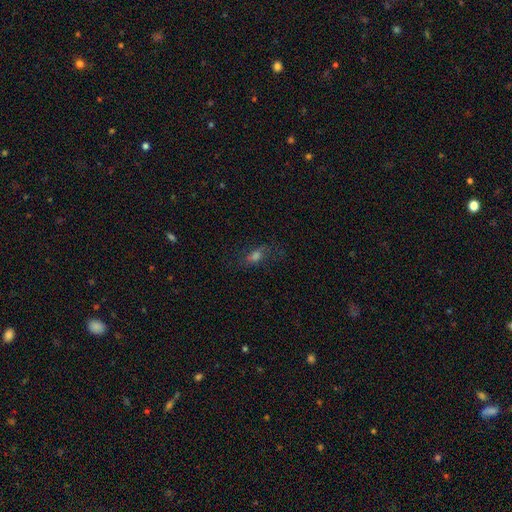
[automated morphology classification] Smooth or featured?
  - smooth: 52% *
  - featured or disk: 27%
  - star or artifact: 21%
How rounded?
  - in between: 67% *
  - cigar-shaped: 22%
  - round: 11%
Merging?
  - none: 63% *
  - minor disturbance: 19%
  - major disturbance: 16%
  - merger: 2%